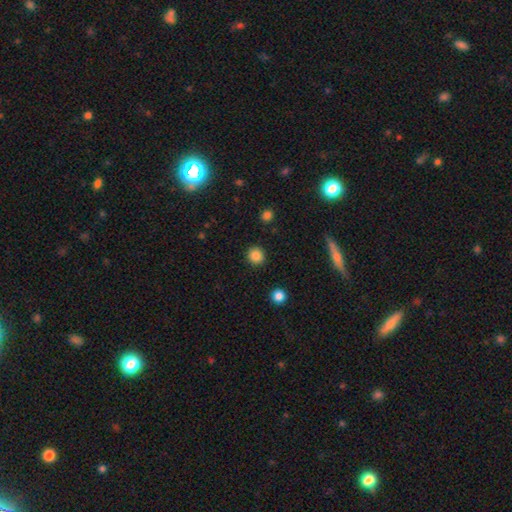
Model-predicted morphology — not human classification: The model was most divided on "smooth or featured": smooth: 85%, star or artifact: 11%, featured or disk: 4%. More confident: how rounded — round (92%); merging — none (91%).